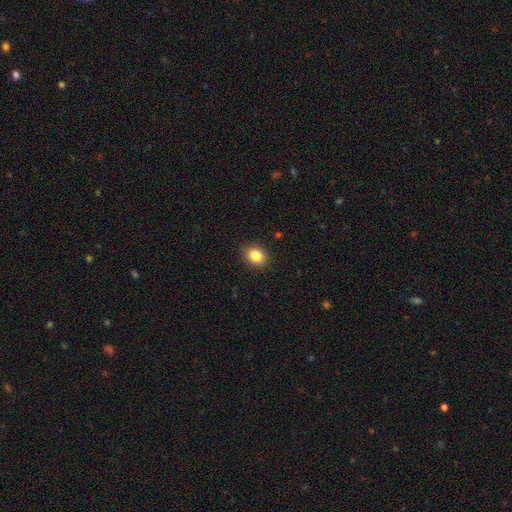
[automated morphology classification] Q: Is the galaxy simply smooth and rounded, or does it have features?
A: smooth — 86%.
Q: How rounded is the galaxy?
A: in between — 53%.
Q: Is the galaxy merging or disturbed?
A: none — 89%.